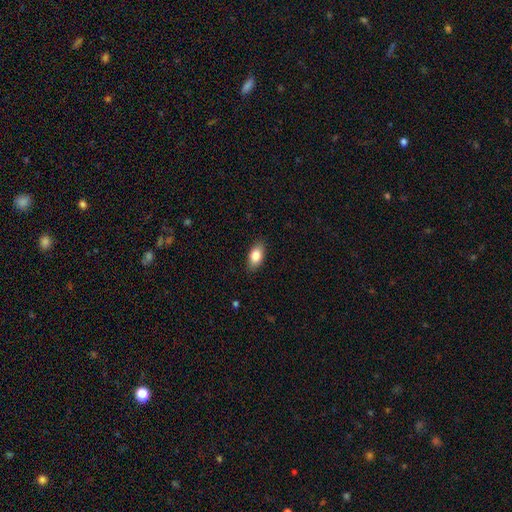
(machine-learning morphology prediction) This is clearly a smooth galaxy (83%). How rounded: clearly in between (91%). Merging: clearly none (88%).